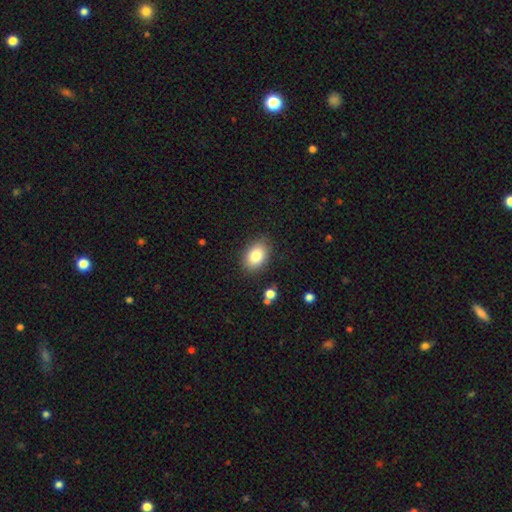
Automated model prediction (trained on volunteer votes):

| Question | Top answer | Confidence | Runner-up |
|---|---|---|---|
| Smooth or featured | smooth | 83% | featured or disk (9%) |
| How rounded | in between | 84% | round (15%) |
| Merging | none | 86% | minor disturbance (10%) |